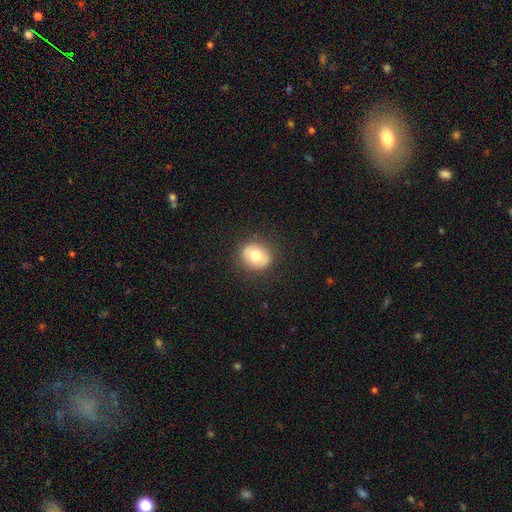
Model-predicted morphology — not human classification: smooth-or-featured: smooth: 66% | featured or disk: 25% | star or artifact: 9%
  how-rounded: round: 70% | in between: 29% | cigar-shaped: 1%
  merging: none: 85% | minor disturbance: 11% | major disturbance: 3% | merger: 1%